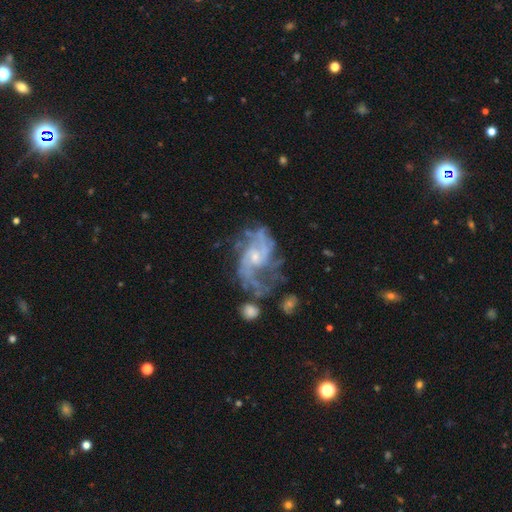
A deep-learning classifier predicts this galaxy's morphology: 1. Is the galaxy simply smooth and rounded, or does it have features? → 87% featured or disk, 7% star or artifact, 7% smooth.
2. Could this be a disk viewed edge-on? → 97% no, 3% yes.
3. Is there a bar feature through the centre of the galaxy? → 57% no, 36% weak, 7% strong.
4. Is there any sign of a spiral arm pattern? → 92% yes, 8% no.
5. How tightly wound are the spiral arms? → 45% medium, 33% loose, 22% tight.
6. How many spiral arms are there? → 46% 2, 23% can't tell, 14% 3, 6% 4, 5% 1, 5% more than 4.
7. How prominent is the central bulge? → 63% small, 29% moderate, 5% none, 2% large, 1% dominant.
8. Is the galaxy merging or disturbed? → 46% none, 25% major disturbance, 20% minor disturbance, 8% merger.